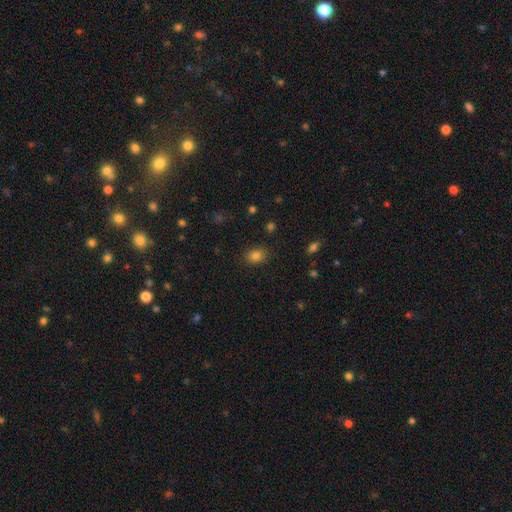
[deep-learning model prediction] The model was most divided on "how rounded": in between: 63%, round: 36%, cigar-shaped: 1%. More confident: merging — none (85%); smooth or featured — smooth (83%).